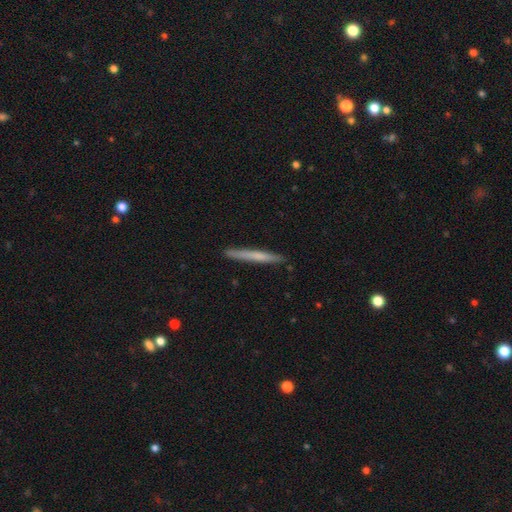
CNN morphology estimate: Q: Smooth or featured?
A: smooth (60%); runner-up: featured or disk (35%)
Q: How rounded?
A: cigar-shaped (97%); runner-up: in between (2%)
Q: Merging?
A: none (90%); runner-up: minor disturbance (7%)